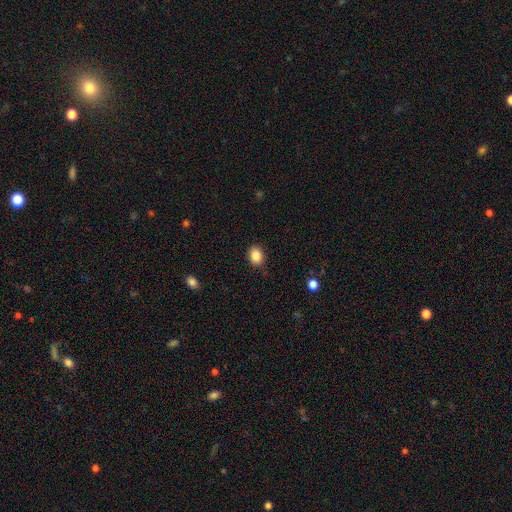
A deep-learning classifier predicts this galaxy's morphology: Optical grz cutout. It shows a smooth galaxy with no disk features (87%) that is in between round and cigar-shaped (60%). Merging: none (88%).